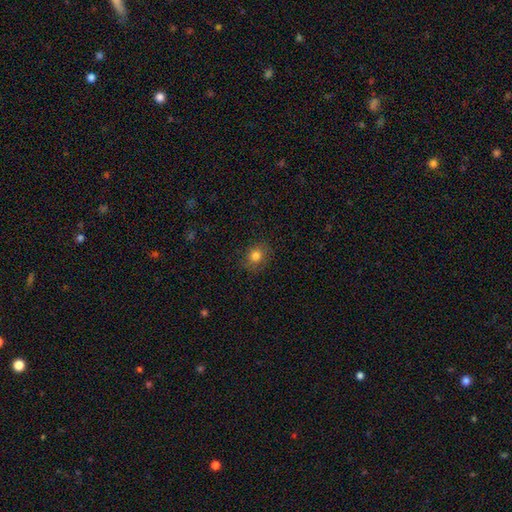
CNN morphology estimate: smooth_or_featured: smooth (p=0.80) [alt: star or artifact p=0.12]
how_rounded: round (p=0.67) [alt: in between p=0.32]
merging: none (p=0.82) [alt: minor disturbance p=0.13]